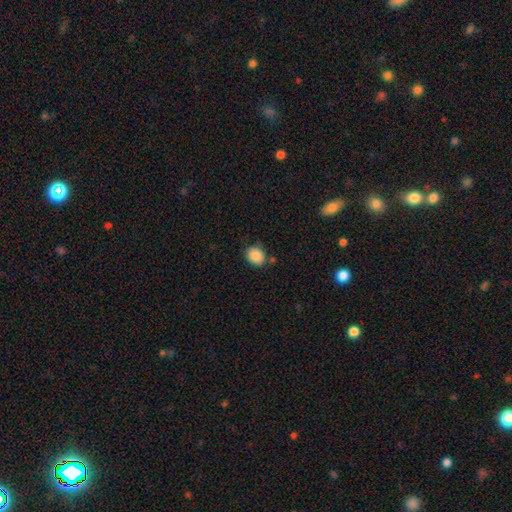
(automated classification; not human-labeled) Smooth or featured? smooth (87%)
How rounded? round (60%)
Merging? none (78%)